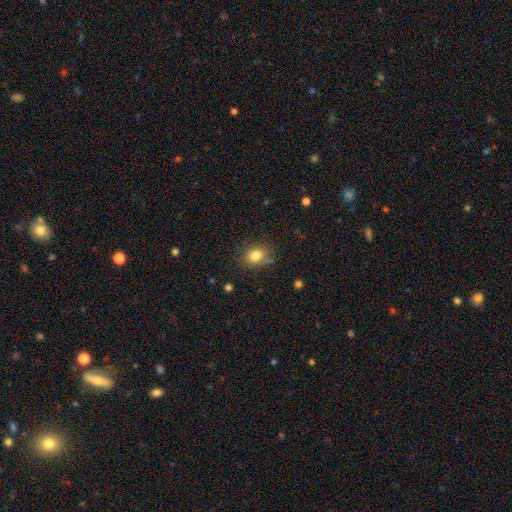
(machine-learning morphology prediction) Overall: smooth (81%). How rounded: round (54%; in between 45%). Merging: none (77%).